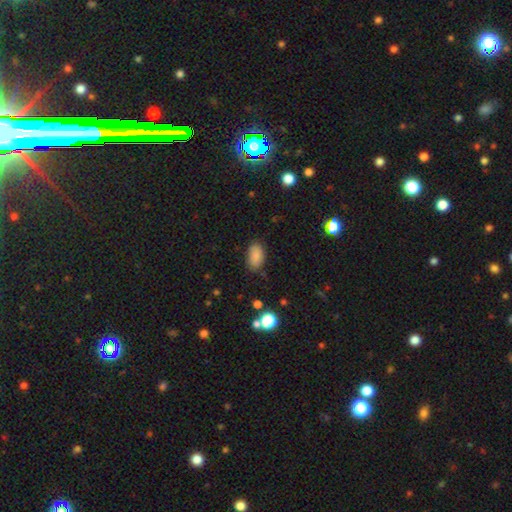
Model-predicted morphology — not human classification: This is clearly a smooth galaxy (85%). How rounded: clearly in between (91%). Merging: likely none (78%).